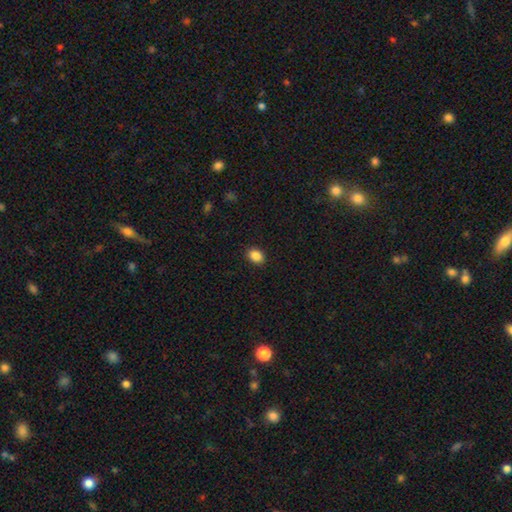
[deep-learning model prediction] Smooth or featured? smooth (88%)
How rounded? in between (66%)
Merging? none (89%)